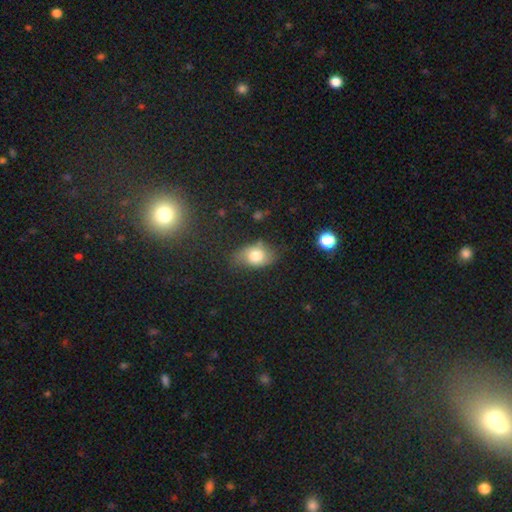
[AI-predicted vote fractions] Q: Smooth or featured?
A: smooth (73%); runner-up: featured or disk (17%)
Q: How rounded?
A: in between (83%); runner-up: round (15%)
Q: Merging?
A: none (64%); runner-up: minor disturbance (26%)